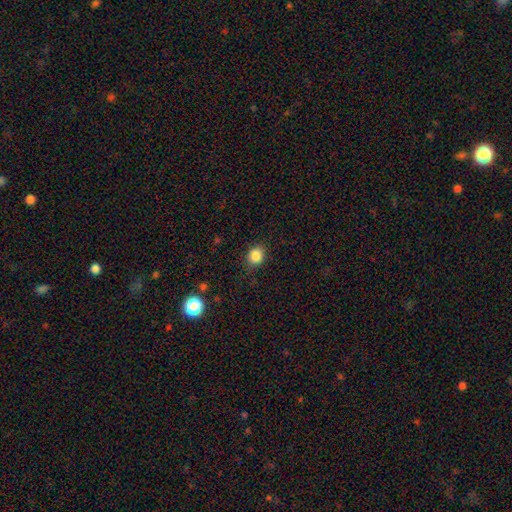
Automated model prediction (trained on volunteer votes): The model was most divided on "how rounded": round: 70%, in between: 29%, cigar-shaped: 1%. More confident: merging — none (86%); smooth or featured — smooth (85%).